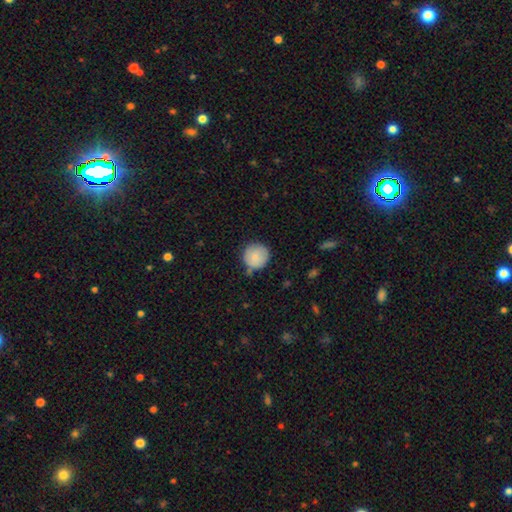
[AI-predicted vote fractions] smooth_or_featured: smooth (p=0.82) [alt: featured or disk p=0.11]
how_rounded: round (p=0.94) [alt: in between p=0.05]
merging: none (p=0.75) [alt: minor disturbance p=0.18]